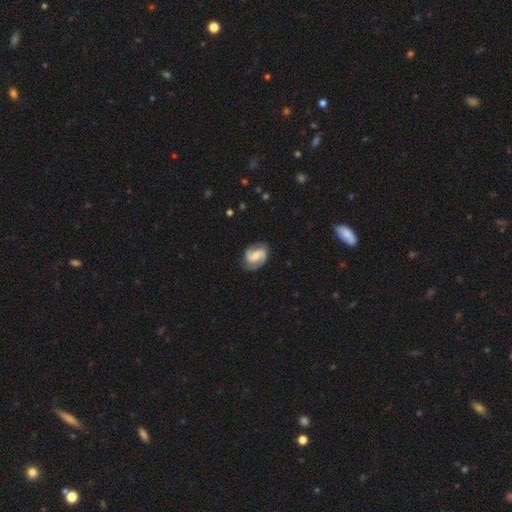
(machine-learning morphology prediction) Overall: featured or disk (79%). Edge-on disk: no (98%). Bar: weak (47%; no 29%). Spiral arms: yes (96%). Spiral arm count: 2 (89%). Spiral winding: medium (48%; loose 27%). Bulge size: small (42%; moderate 34%). Merging: none (78%).